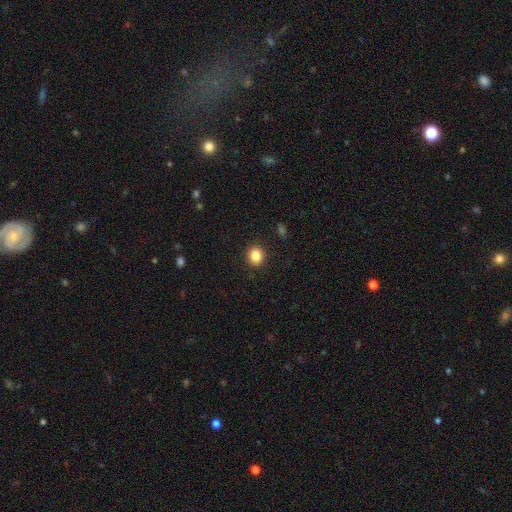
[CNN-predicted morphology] Smooth or featured? Predicted: smooth (p=0.85). How rounded? Predicted: round (p=0.68). Merging? Predicted: none (p=0.90).